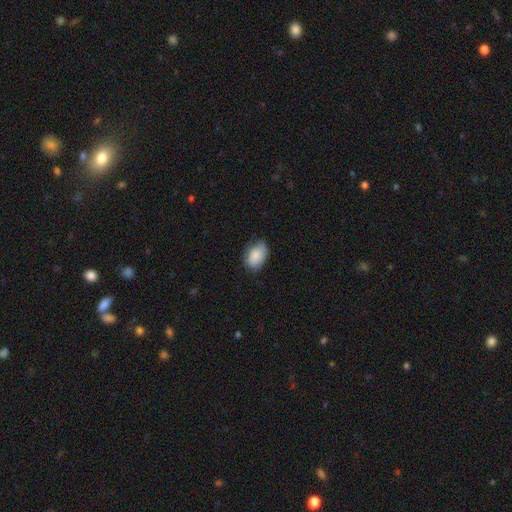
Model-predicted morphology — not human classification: A smooth galaxy with no disk features (86%) that is in between round and cigar-shaped (88%). Merging: none (70%).